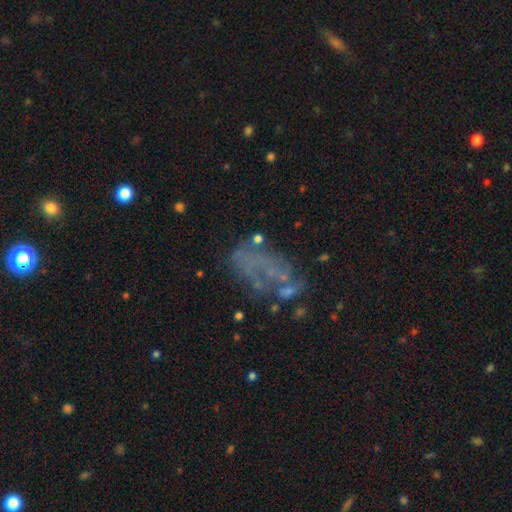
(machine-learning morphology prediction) Q: Smooth or featured?
A: featured or disk (52%); runner-up: smooth (26%)
Q: Edge-on disk?
A: no (95%); runner-up: yes (5%)
Q: Merging?
A: none (44%); runner-up: major disturbance (28%)